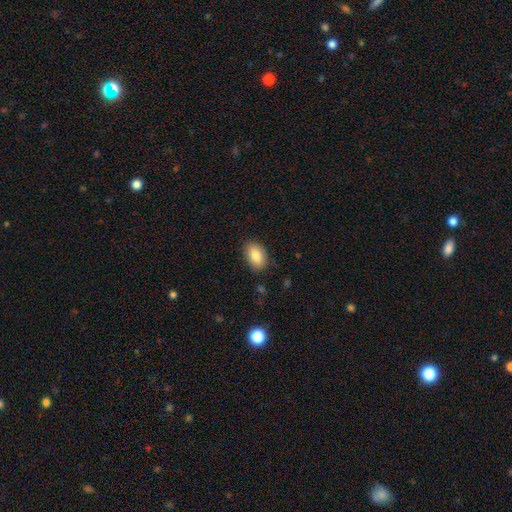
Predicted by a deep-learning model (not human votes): Morphology: type=smooth (85%); roundness=in between (90%); merging=none (87%).